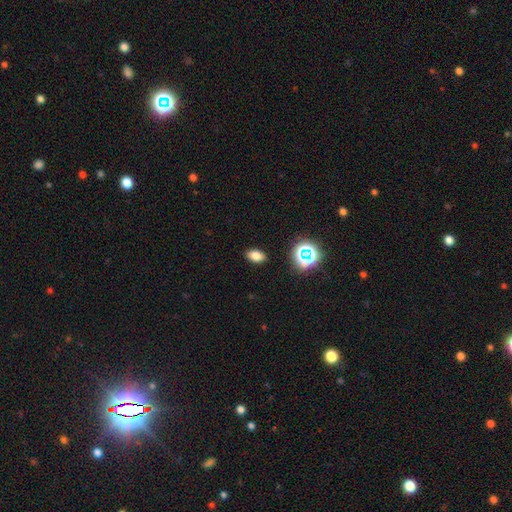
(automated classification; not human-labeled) Smooth or featured? smooth (76%)
How rounded? in between (87%)
Merging? none (88%)